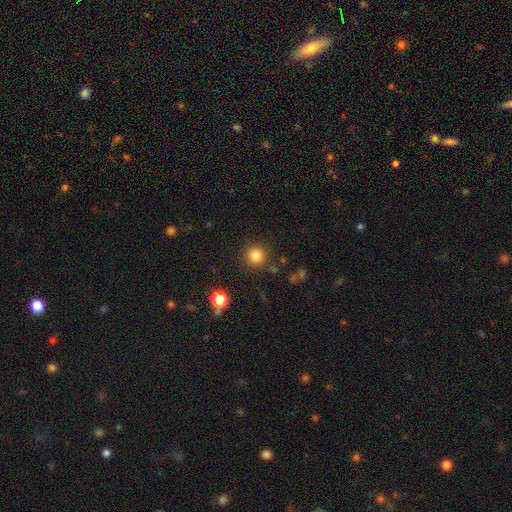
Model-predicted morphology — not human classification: This is clearly a smooth galaxy (82%). How rounded: clearly round (94%). Merging: clearly none (88%).